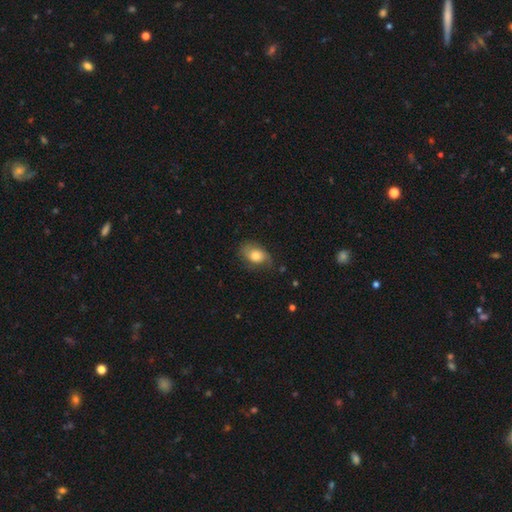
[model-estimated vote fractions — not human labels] Smooth or featured?
  - smooth: 62% *
  - featured or disk: 30%
  - star or artifact: 8%
How rounded?
  - in between: 77% *
  - round: 21%
  - cigar-shaped: 1%
Merging?
  - none: 60% *
  - minor disturbance: 27%
  - major disturbance: 11%
  - merger: 2%